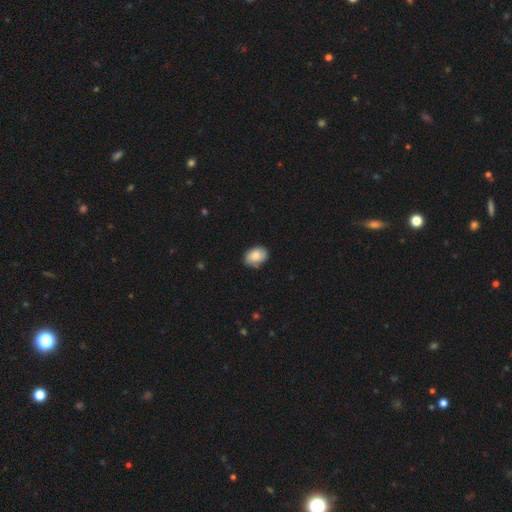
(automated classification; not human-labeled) A smooth galaxy with no disk features (84%) that is in between round and cigar-shaped (79%).

Vote fractions:
- Smooth or featured? smooth: 84% / featured or disk: 9% / star or artifact: 7%
- How rounded? in between: 79% / round: 20% / cigar-shaped: 1%
- Merging? none: 79% / minor disturbance: 17% / major disturbance: 3% / merger: 1%